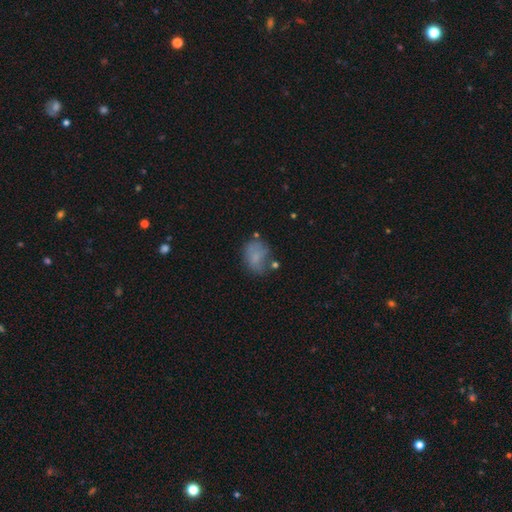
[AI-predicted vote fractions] A smooth galaxy with no disk features (67%) that is in between round and cigar-shaped (61%).

Vote fractions:
- Smooth or featured? smooth: 67% / featured or disk: 20% / star or artifact: 12%
- How rounded? in between: 61% / round: 38% / cigar-shaped: 1%
- Merging? none: 51% / minor disturbance: 26% / major disturbance: 15% / merger: 8%